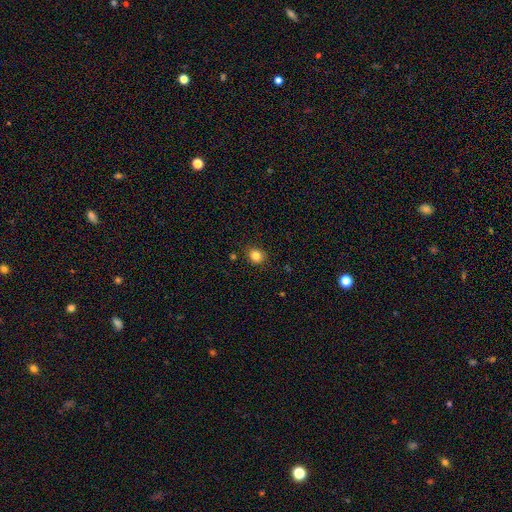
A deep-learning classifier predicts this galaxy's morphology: A smooth galaxy with no disk features (83%) that is round (73%). Merging: none (87%).